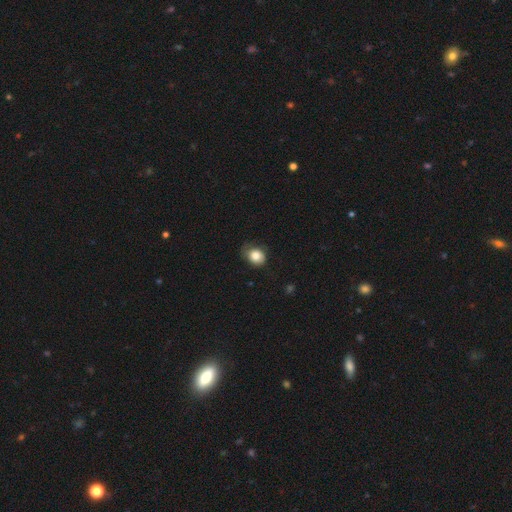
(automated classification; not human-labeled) Smooth or featured? Predicted: smooth (p=0.83). How rounded? Predicted: round (p=0.60). Merging? Predicted: none (p=0.57).